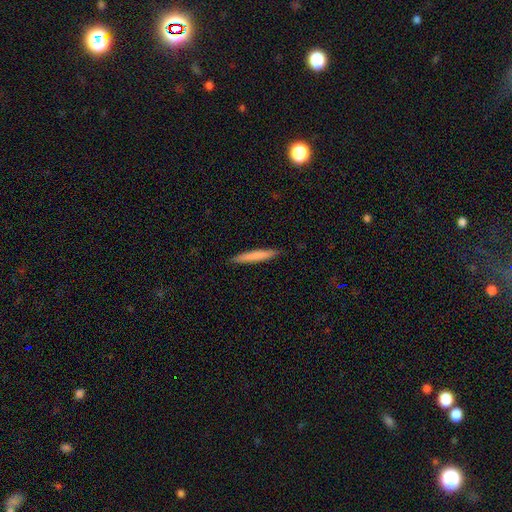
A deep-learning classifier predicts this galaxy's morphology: A smooth galaxy with no disk features (74%) that is cigar-shaped (95%). Merging: none (90%).